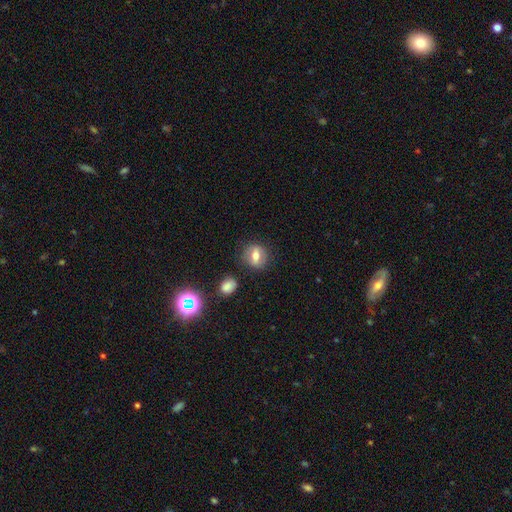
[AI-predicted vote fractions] The model was most divided on "how rounded": round: 55%, in between: 41%, cigar-shaped: 4%. More confident: merging — none (80%); smooth or featured — smooth (58%).